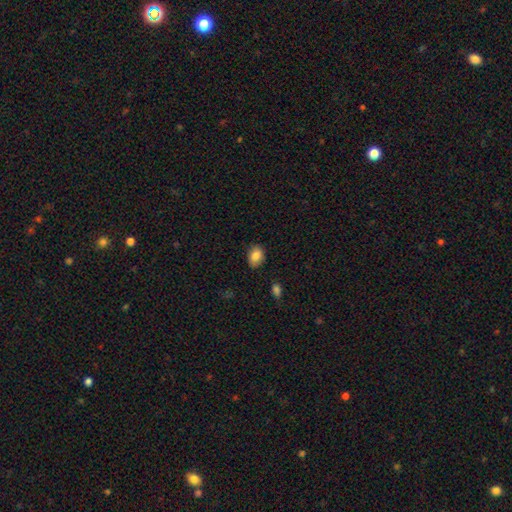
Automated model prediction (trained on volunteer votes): This is clearly a smooth galaxy (85%). How rounded: likely in between (70%). Merging: clearly none (82%).